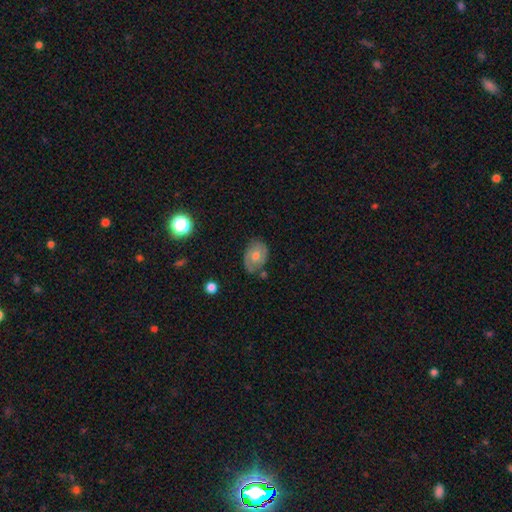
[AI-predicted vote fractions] Smooth or featured: smooth — 47% (featured or disk — 43%)
Merging: none — 67% (minor disturbance — 23%)